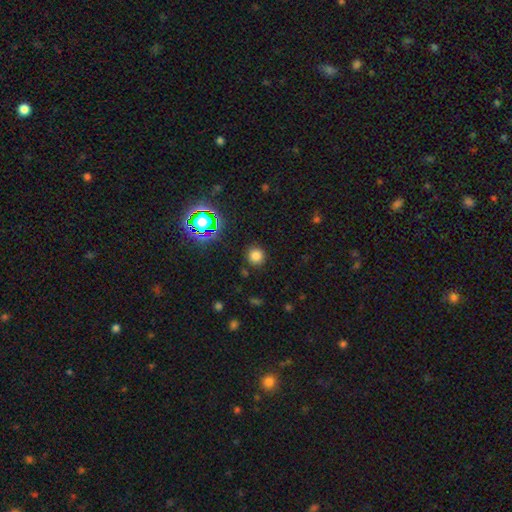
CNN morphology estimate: smooth 75%, star or artifact 19%, featured or disk 5%. Down the decision tree: how rounded — round (94%); merging — none (88%).